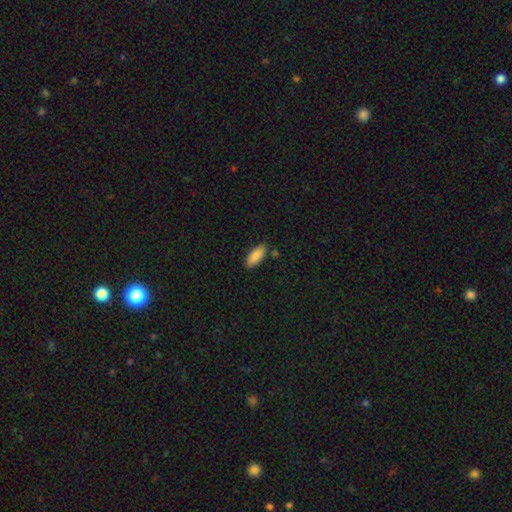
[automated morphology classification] A smooth galaxy with no disk features (89%) that is in between round and cigar-shaped (84%).

Vote fractions:
- Smooth or featured? smooth: 89% / star or artifact: 6% / featured or disk: 5%
- How rounded? in between: 84% / cigar-shaped: 15% / round: 2%
- Merging? none: 85% / minor disturbance: 11% / merger: 3% / major disturbance: 2%